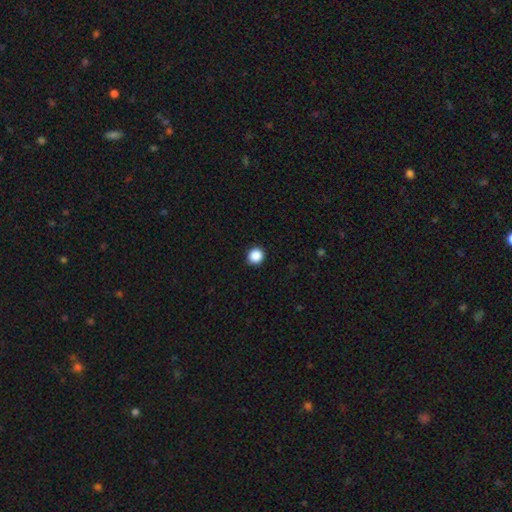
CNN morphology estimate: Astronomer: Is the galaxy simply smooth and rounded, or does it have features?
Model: smooth — 88%.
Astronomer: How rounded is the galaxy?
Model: round — 93%.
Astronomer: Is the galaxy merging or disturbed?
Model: none — 93%.